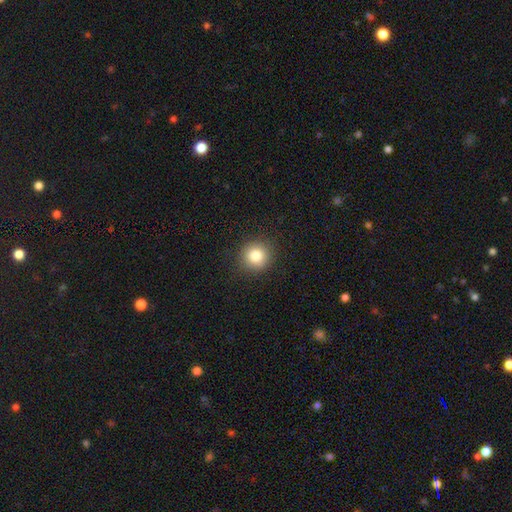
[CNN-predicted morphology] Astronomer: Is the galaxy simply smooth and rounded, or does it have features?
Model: smooth — 82%.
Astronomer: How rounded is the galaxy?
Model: round — 92%.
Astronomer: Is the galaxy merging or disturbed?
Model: none — 91%.